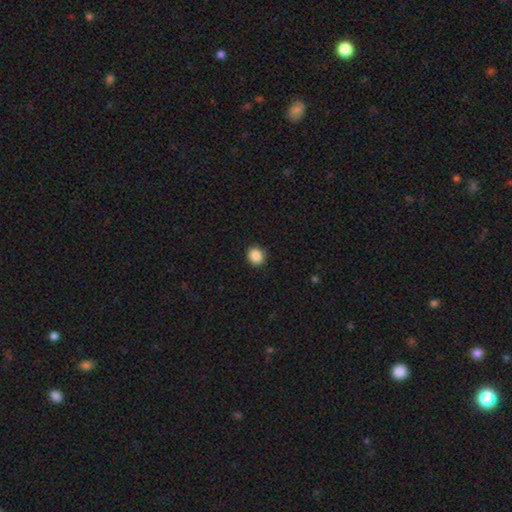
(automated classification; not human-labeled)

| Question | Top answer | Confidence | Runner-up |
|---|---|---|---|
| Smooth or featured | smooth | 87% | star or artifact (9%) |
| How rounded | round | 75% | in between (24%) |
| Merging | none | 90% | minor disturbance (8%) |